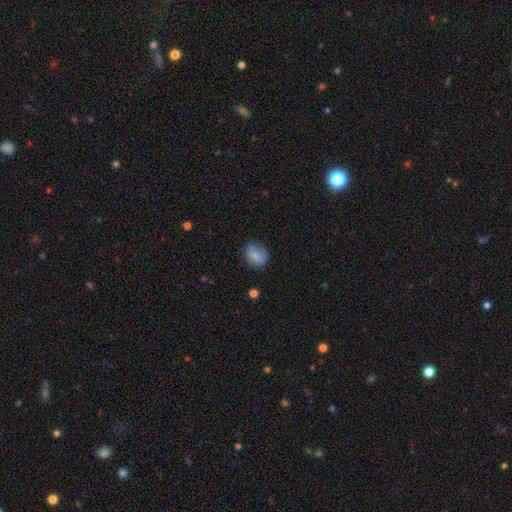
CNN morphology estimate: type=smooth (80%); roundness=round (53%); merging=none (74%).